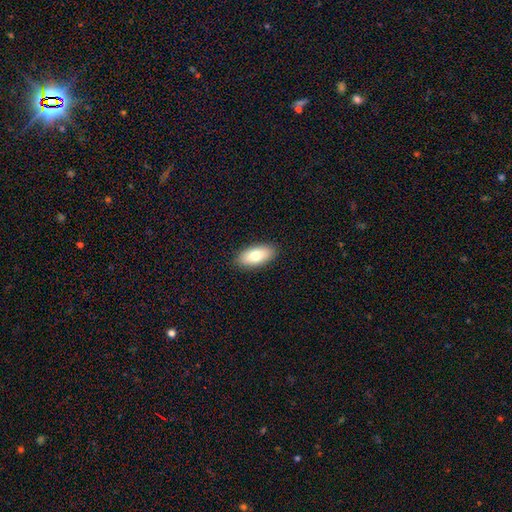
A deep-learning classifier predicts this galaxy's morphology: The model was most divided on "smooth or featured": smooth: 77%, featured or disk: 16%, star or artifact: 7%. More confident: how rounded — in between (90%); merging — none (89%).